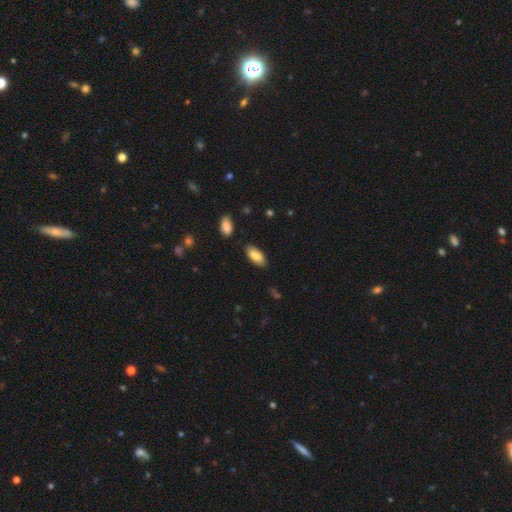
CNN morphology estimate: The model was most divided on "how rounded": in between: 85%, cigar-shaped: 13%, round: 2%. More confident: smooth or featured — smooth (85%); merging — none (84%).